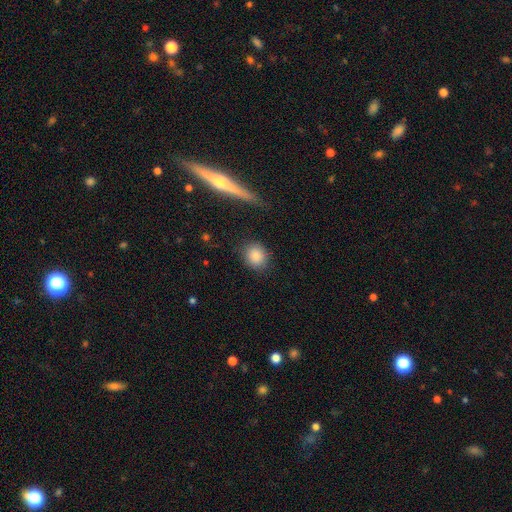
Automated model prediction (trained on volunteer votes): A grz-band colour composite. It shows a smooth galaxy with no disk features (86%) that is round (78%). Merging: none (84%).